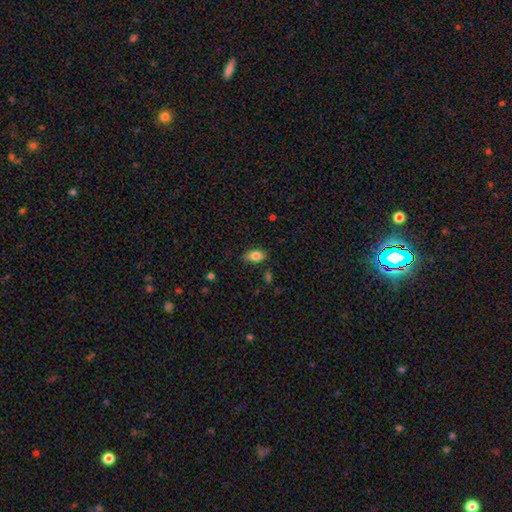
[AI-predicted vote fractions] Smooth or featured: smooth — 82% (featured or disk — 10%)
How rounded: in between — 88% (round — 7%)
Merging: none — 73% (minor disturbance — 21%)